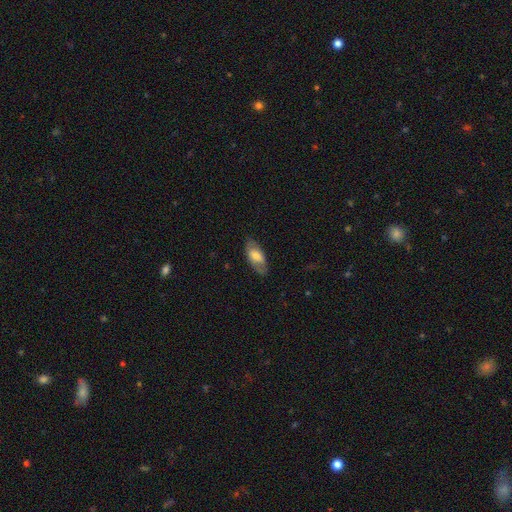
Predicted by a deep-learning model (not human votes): Q: Smooth or featured?
A: smooth (61%); runner-up: featured or disk (33%)
Q: How rounded?
A: in between (88%); runner-up: cigar-shaped (9%)
Q: Merging?
A: none (76%); runner-up: minor disturbance (17%)